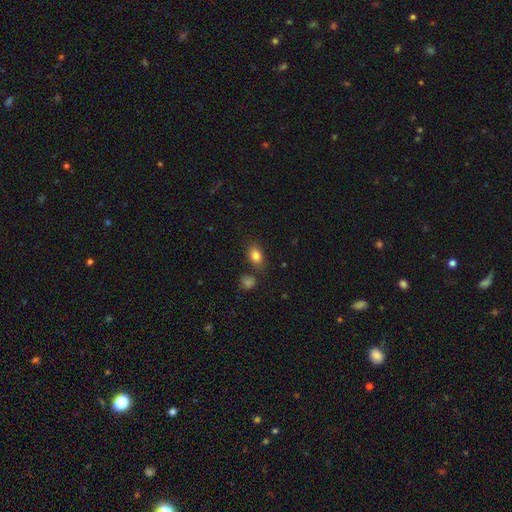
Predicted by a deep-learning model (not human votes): This appears to be a smooth galaxy with no disk features (82%) that is in between round and cigar-shaped (76%). Merging: none (77%).